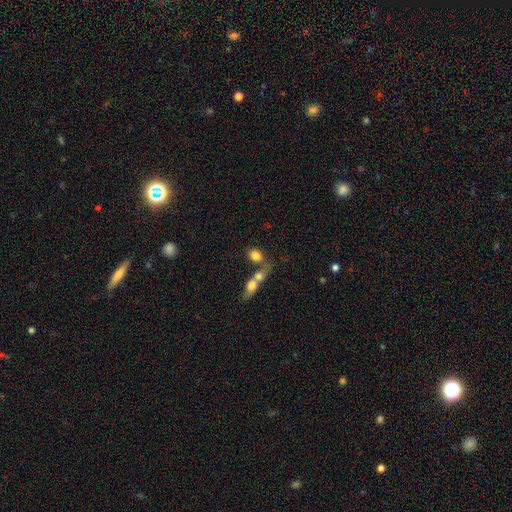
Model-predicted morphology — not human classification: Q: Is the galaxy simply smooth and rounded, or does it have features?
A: smooth — 79%.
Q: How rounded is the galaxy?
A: in between — 55%.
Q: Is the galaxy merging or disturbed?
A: merger — 46%.